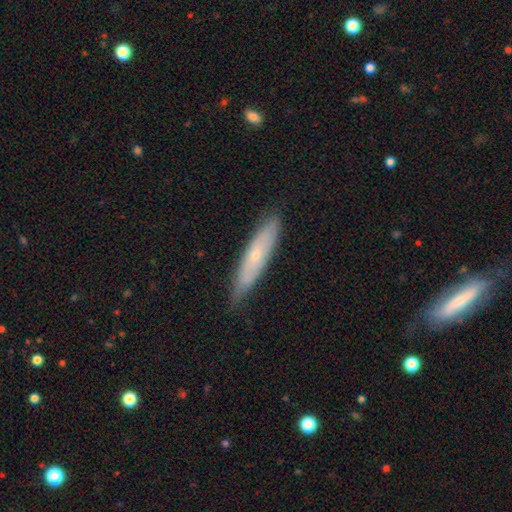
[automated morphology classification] Overall: featured or disk (49%; smooth 45%). Merging: none (81%).